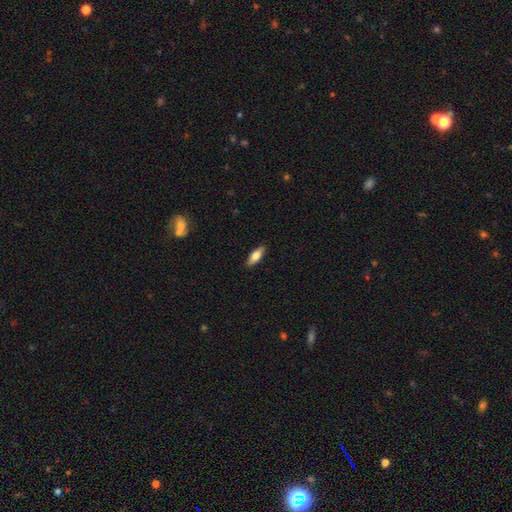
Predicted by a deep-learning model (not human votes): A smooth galaxy with no disk features (75%) that is in between round and cigar-shaped (69%). Merging: none (89%).